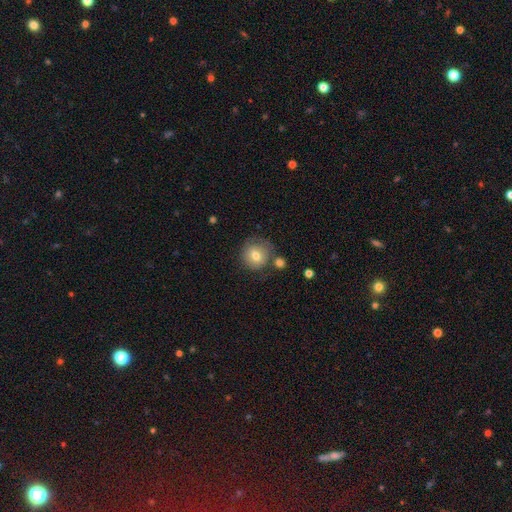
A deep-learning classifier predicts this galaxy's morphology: type=smooth (74%); roundness=round (90%); merging=none (64%).